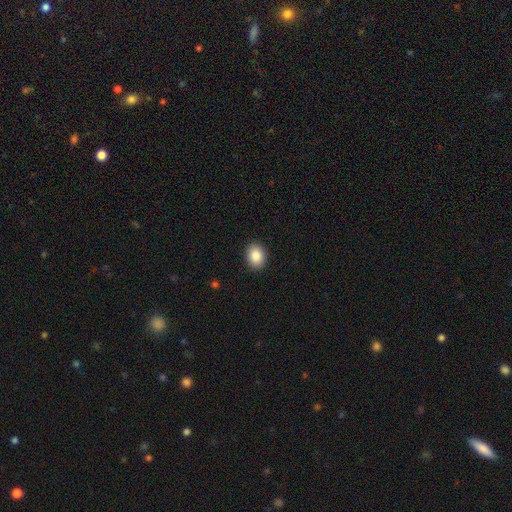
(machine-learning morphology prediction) smooth-or-featured: smooth: 88% | star or artifact: 8% | featured or disk: 5%
  how-rounded: in between: 55% | round: 44% | cigar-shaped: 1%
  merging: none: 90% | minor disturbance: 7% | major disturbance: 2% | merger: 1%